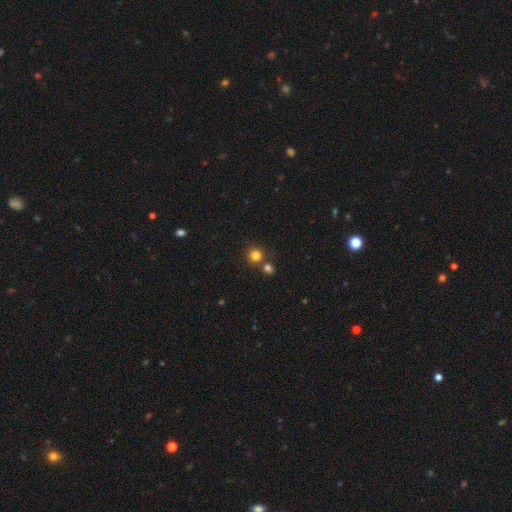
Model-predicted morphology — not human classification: Q: Smooth or featured?
A: smooth (80%); runner-up: star or artifact (14%)
Q: How rounded?
A: round (92%); runner-up: in between (7%)
Q: Merging?
A: none (69%); runner-up: merger (21%)